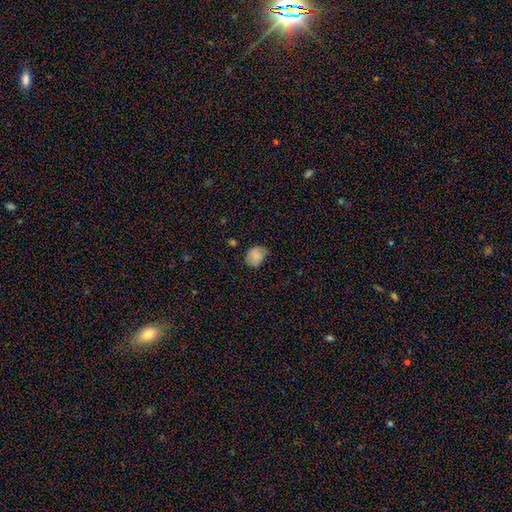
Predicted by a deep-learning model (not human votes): smooth 80%, featured or disk 11%, star or artifact 9%. Down the decision tree: how rounded — round (62%); merging — none (55%).